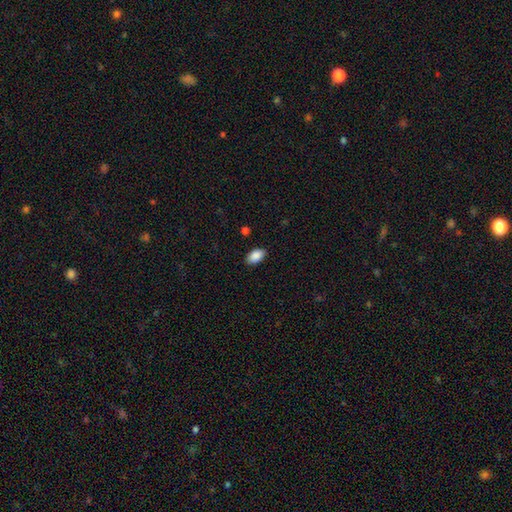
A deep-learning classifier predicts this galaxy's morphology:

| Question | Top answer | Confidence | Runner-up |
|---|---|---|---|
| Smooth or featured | smooth | 89% | star or artifact (7%) |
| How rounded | in between | 93% | round (5%) |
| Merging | none | 87% | minor disturbance (10%) |